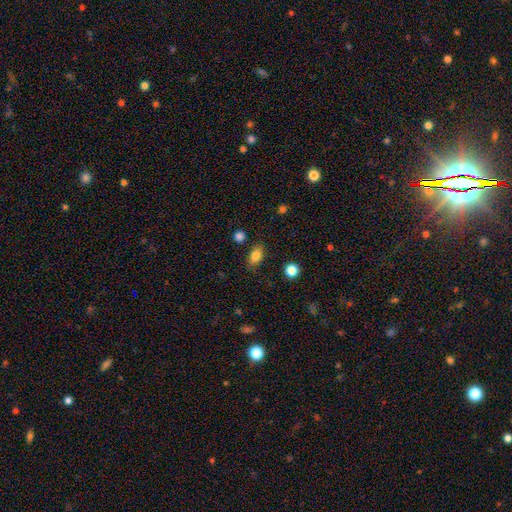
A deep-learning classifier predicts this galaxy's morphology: Smooth or featured? Predicted: smooth (p=0.84). How rounded? Predicted: in between (p=0.83). Merging? Predicted: none (p=0.81).